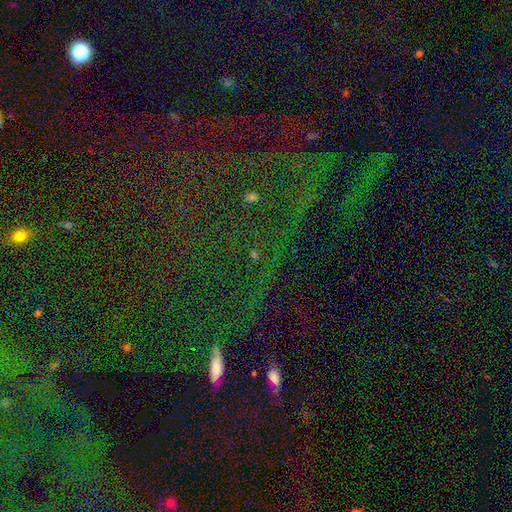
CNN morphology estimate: Overall: star or artifact (70%).